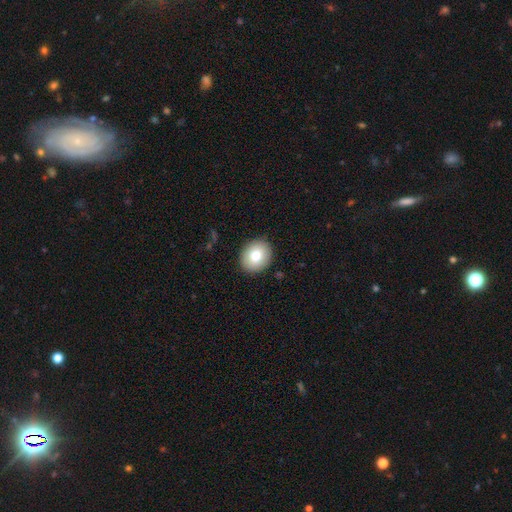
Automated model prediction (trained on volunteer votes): Q: Smooth or featured?
A: smooth (80%); runner-up: featured or disk (12%)
Q: How rounded?
A: round (64%); runner-up: in between (35%)
Q: Merging?
A: none (90%); runner-up: minor disturbance (7%)